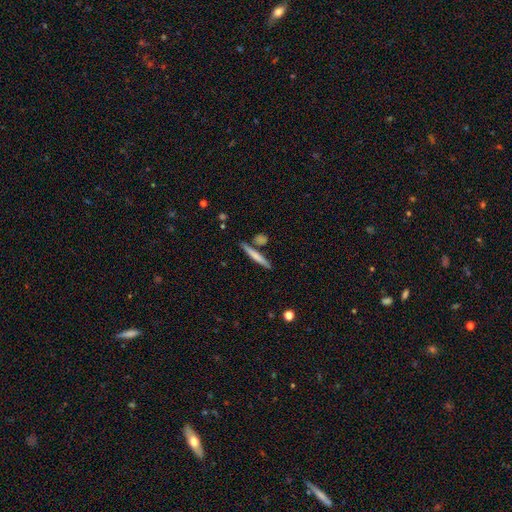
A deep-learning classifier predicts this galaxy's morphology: The model was most divided on "smooth or featured": smooth: 63%, featured or disk: 32%, star or artifact: 5%. More confident: how rounded — cigar-shaped (94%); merging — none (81%).